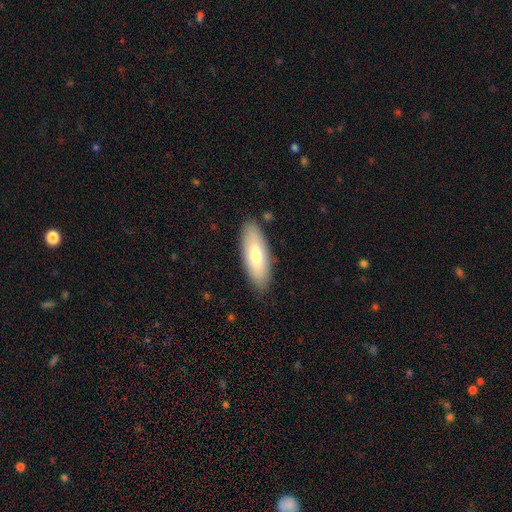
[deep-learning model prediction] smooth-or-featured: smooth: 71% | featured or disk: 24% | star or artifact: 6%
  how-rounded: in between: 68% | cigar-shaped: 30% | round: 2%
  merging: none: 86% | minor disturbance: 11% | major disturbance: 2% | merger: 1%